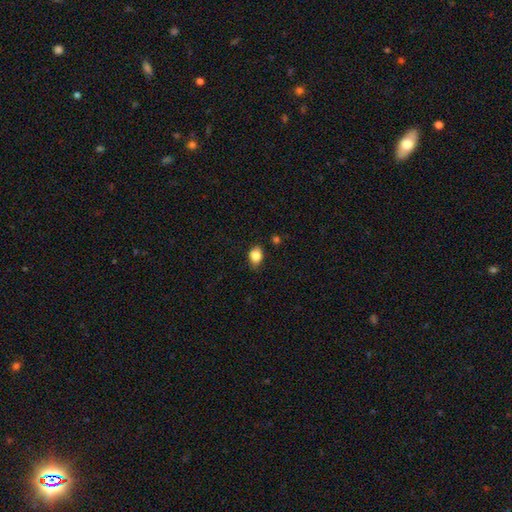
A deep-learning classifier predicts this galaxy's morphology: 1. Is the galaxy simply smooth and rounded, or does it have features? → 85% smooth, 9% star or artifact, 6% featured or disk.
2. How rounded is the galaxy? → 70% in between, 29% round, 1% cigar-shaped.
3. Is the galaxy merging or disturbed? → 75% none, 20% minor disturbance, 3% major disturbance, 2% merger.